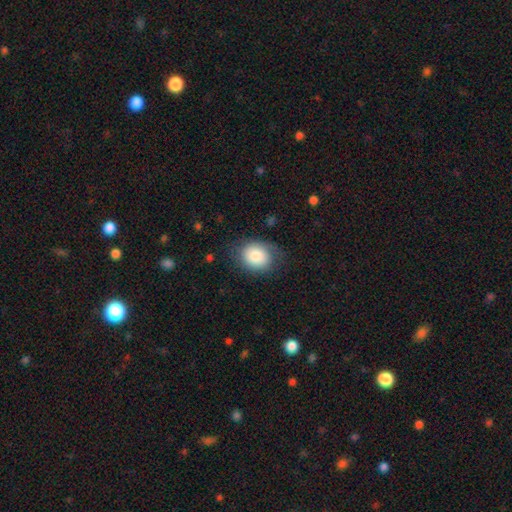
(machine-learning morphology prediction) A smooth galaxy with no disk features (81%) that is round (55%).

Vote fractions:
- Smooth or featured? smooth: 81% / featured or disk: 11% / star or artifact: 8%
- How rounded? round: 55% / in between: 44% / cigar-shaped: 1%
- Merging? none: 69% / minor disturbance: 21% / major disturbance: 8% / merger: 1%